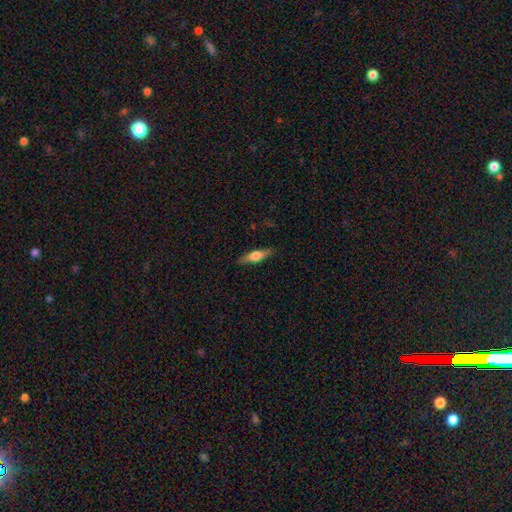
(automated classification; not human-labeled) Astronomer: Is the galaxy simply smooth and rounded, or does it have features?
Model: smooth — 53% (runner-up: featured or disk, 41%).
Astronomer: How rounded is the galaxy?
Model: cigar-shaped — 63%.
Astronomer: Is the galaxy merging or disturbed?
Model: none — 86%.